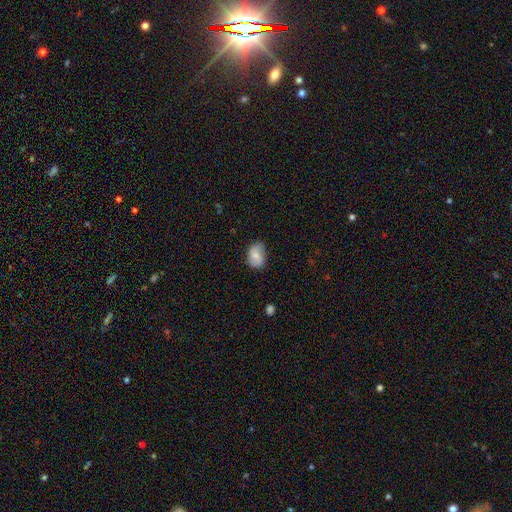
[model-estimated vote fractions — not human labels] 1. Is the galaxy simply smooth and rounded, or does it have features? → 64% smooth, 28% featured or disk, 7% star or artifact.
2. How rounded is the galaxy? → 75% in between, 23% round, 1% cigar-shaped.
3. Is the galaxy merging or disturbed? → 70% none, 24% minor disturbance, 5% major disturbance, 1% merger.